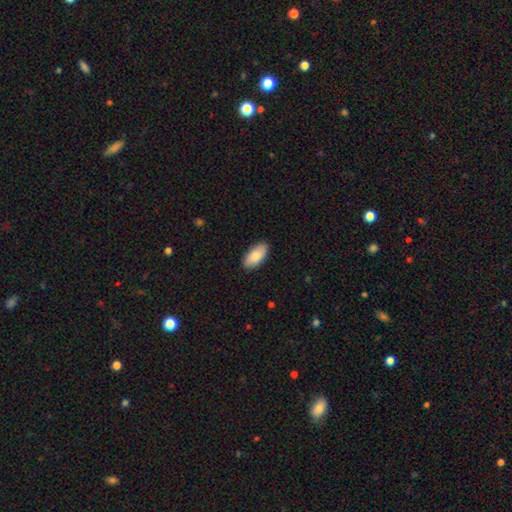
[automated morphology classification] A smooth galaxy with no disk features (85%) that is in between round and cigar-shaped (94%).

Vote fractions:
- Smooth or featured? smooth: 85% / featured or disk: 10% / star or artifact: 6%
- How rounded? in between: 94% / cigar-shaped: 4% / round: 2%
- Merging? none: 88% / minor disturbance: 9% / major disturbance: 2% / merger: 1%